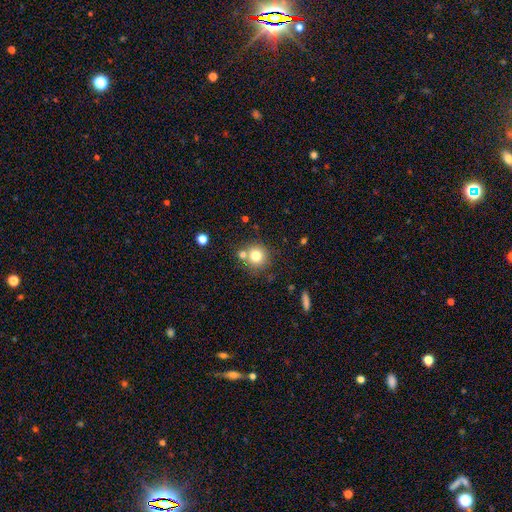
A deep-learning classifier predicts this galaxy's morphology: This appears to be a smooth galaxy with no disk features (77%) that is round (91%). Merging: none (68%).